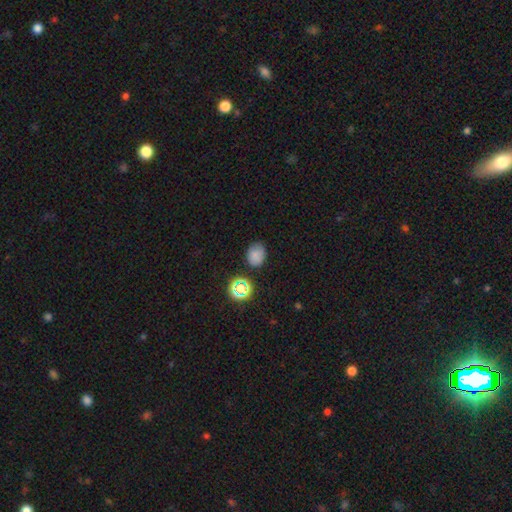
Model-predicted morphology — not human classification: type=smooth (78%); roundness=round (50%); merging=none (77%).